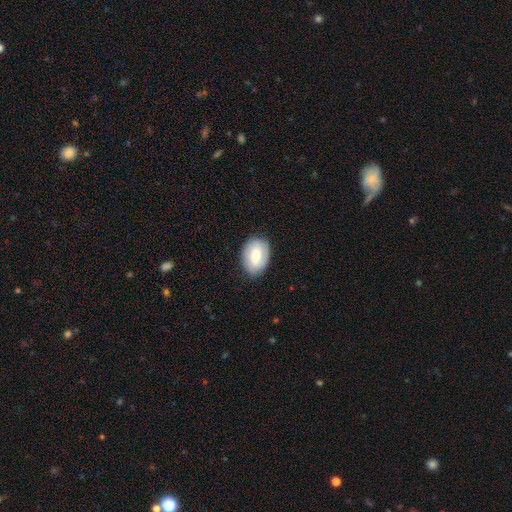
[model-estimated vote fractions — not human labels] Smooth or featured? Predicted: smooth (p=0.69). How rounded? Predicted: in between (p=0.81). Merging? Predicted: none (p=0.83).